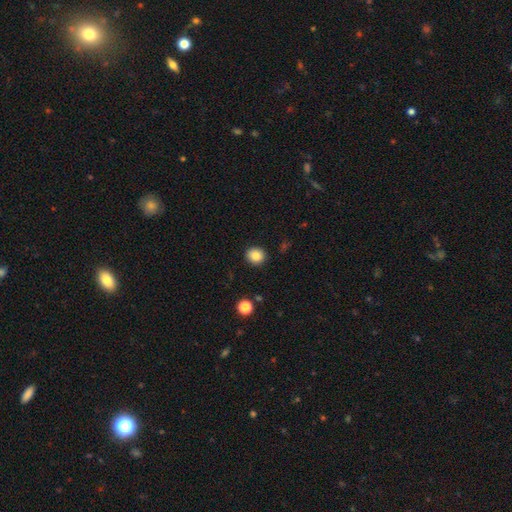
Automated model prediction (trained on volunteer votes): smooth-or-featured: smooth: 85% | star or artifact: 10% | featured or disk: 5%
  how-rounded: round: 79% | in between: 20% | cigar-shaped: 1%
  merging: none: 90% | minor disturbance: 6% | major disturbance: 2% | merger: 1%